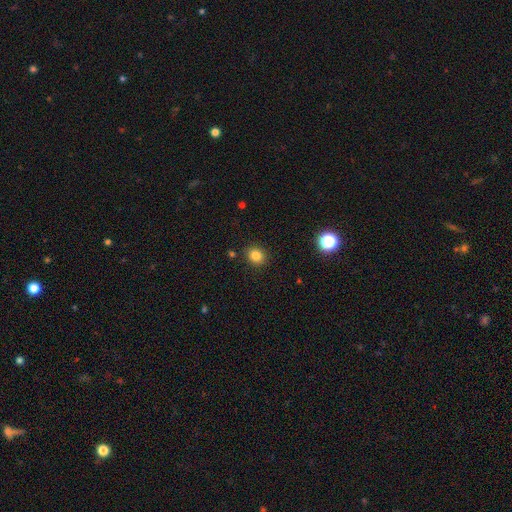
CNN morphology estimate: A smooth galaxy with no disk features (83%) that is round (70%).

Vote fractions:
- Smooth or featured? smooth: 83% / star or artifact: 12% / featured or disk: 5%
- How rounded? round: 70% / in between: 29% / cigar-shaped: 1%
- Merging? none: 89% / minor disturbance: 7% / major disturbance: 2% / merger: 2%